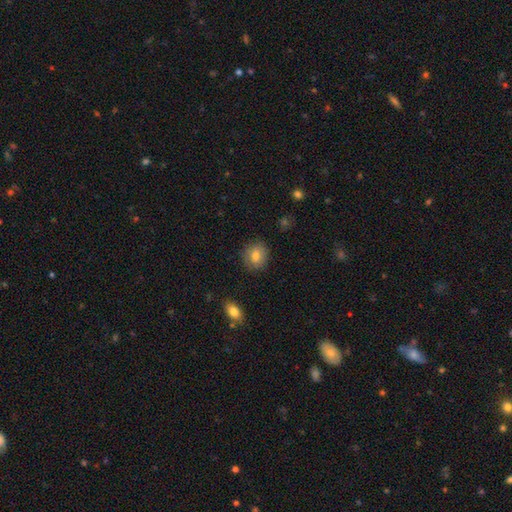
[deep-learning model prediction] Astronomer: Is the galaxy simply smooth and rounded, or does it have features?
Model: smooth — 78%.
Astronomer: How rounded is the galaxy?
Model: round — 76%.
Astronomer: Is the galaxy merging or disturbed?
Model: none — 85%.